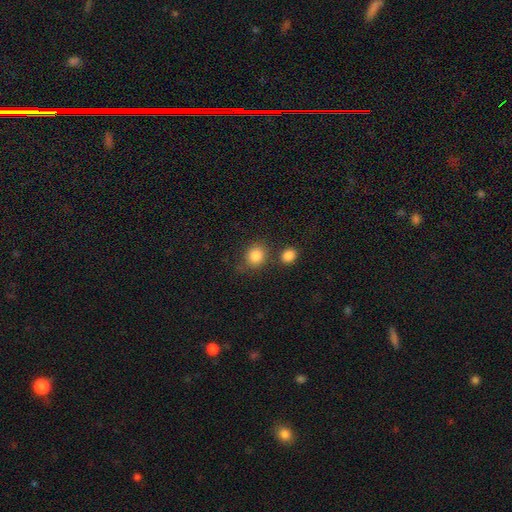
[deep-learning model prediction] smooth_or_featured: smooth (p=0.85) [alt: star or artifact p=0.10]
how_rounded: round (p=0.73) [alt: in between p=0.26]
merging: none (p=0.67) [alt: merger p=0.14]